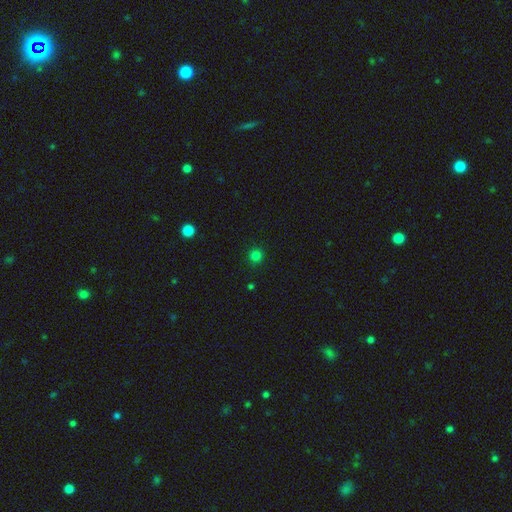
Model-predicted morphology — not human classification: Q: Smooth or featured?
A: smooth (80%); runner-up: star or artifact (17%)
Q: How rounded?
A: round (94%); runner-up: in between (5%)
Q: Merging?
A: none (91%); runner-up: minor disturbance (6%)